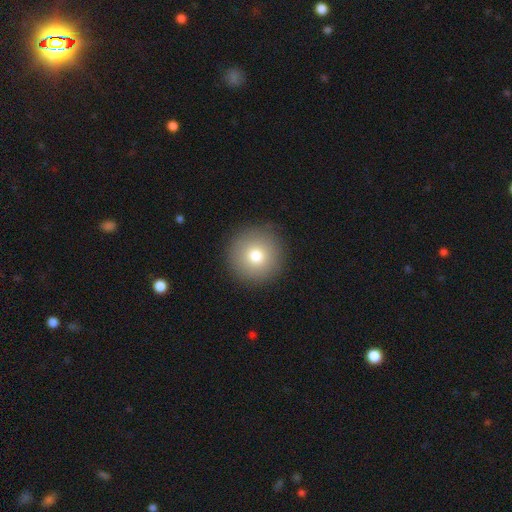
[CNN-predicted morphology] Smooth or featured? smooth (76%)
How rounded? round (96%)
Merging? none (91%)